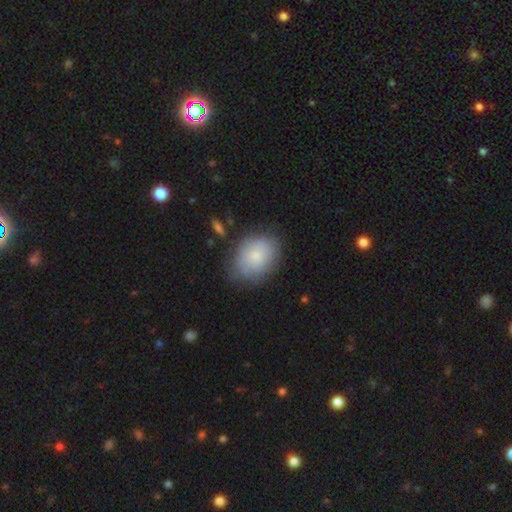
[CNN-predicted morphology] Smooth or featured? smooth (78%)
How rounded? in between (66%)
Merging? none (67%)